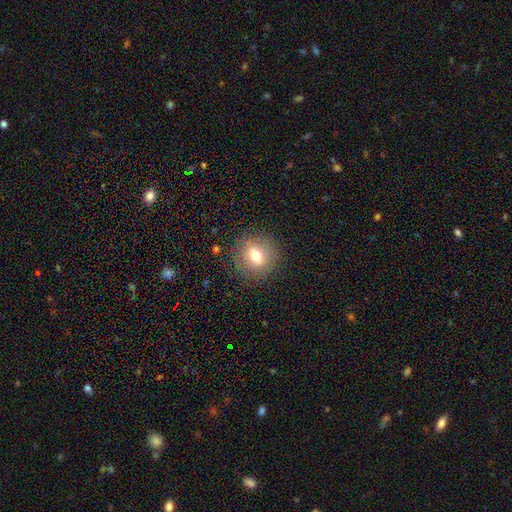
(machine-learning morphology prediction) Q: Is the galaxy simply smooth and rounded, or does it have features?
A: smooth — 62%.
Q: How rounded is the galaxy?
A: round — 79%.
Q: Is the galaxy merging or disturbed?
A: none — 85%.